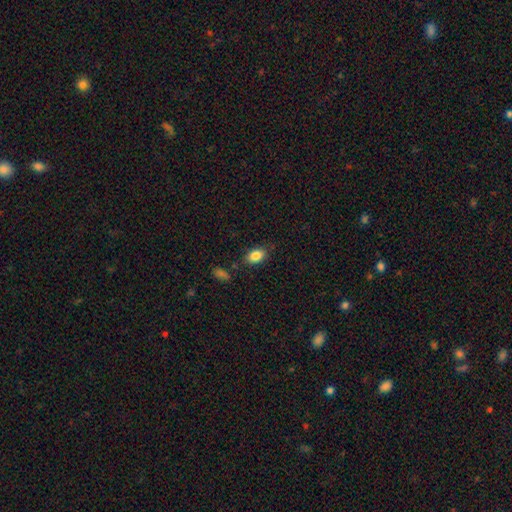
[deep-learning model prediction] smooth-or-featured: smooth: 85% | star or artifact: 8% | featured or disk: 7%
  how-rounded: in between: 88% | round: 10% | cigar-shaped: 2%
  merging: none: 81% | minor disturbance: 13% | merger: 3% | major disturbance: 3%